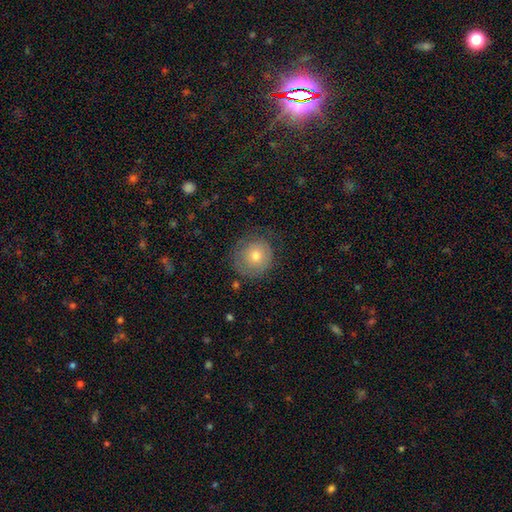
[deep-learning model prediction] Q: Smooth or featured?
A: smooth (64%); runner-up: featured or disk (26%)
Q: How rounded?
A: round (90%); runner-up: in between (9%)
Q: Merging?
A: none (73%); runner-up: minor disturbance (18%)